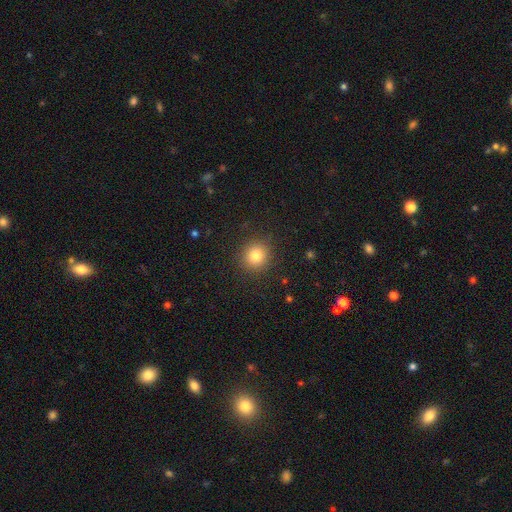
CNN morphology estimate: This is clearly a smooth galaxy (83%). How rounded: clearly round (89%). Merging: clearly none (89%).